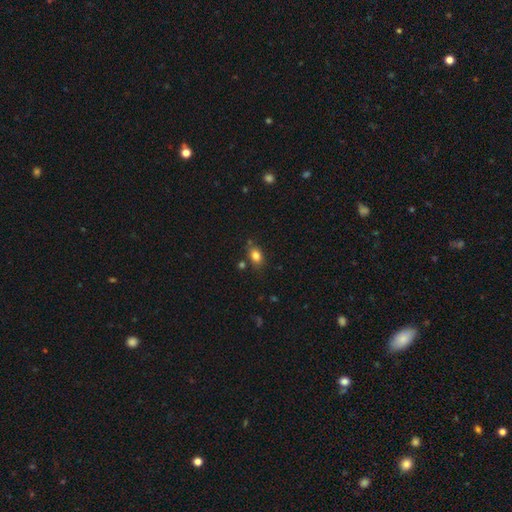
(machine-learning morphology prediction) smooth_or_featured: smooth (p=0.82) [alt: star or artifact p=0.10]
how_rounded: in between (p=0.75) [alt: round p=0.23]
merging: none (p=0.75) [alt: minor disturbance p=0.15]